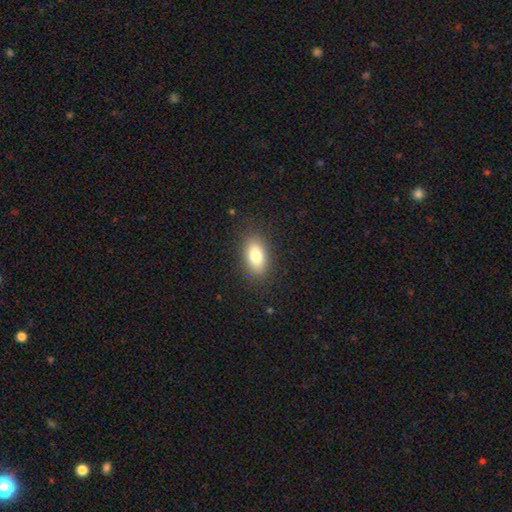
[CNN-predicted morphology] smooth_or_featured: smooth (p=0.79) [alt: featured or disk p=0.12]
how_rounded: in between (p=0.88) [alt: round p=0.08]
merging: none (p=0.86) [alt: minor disturbance p=0.09]